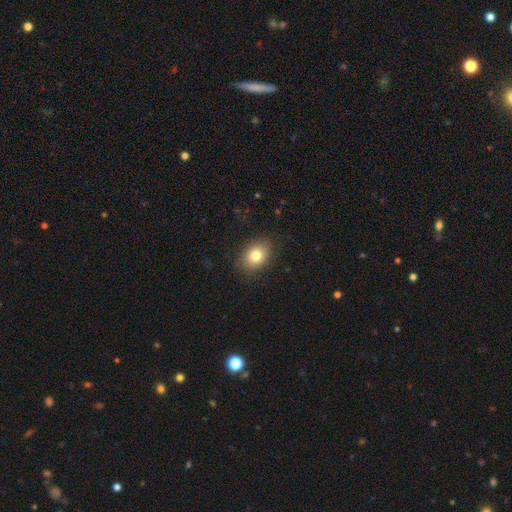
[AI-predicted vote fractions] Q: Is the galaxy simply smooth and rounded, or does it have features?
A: smooth — 80%.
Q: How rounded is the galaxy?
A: in between — 70%.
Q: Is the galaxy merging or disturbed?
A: none — 85%.